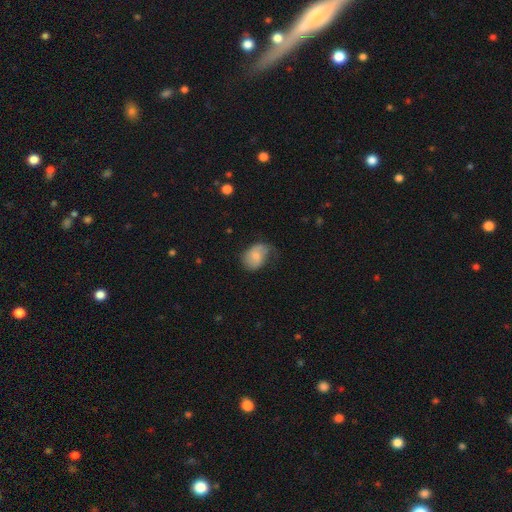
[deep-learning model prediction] Smooth or featured?
  - smooth: 61% *
  - featured or disk: 32%
  - star or artifact: 7%
How rounded?
  - in between: 70% *
  - round: 29%
  - cigar-shaped: 1%
Merging?
  - none: 42% *
  - minor disturbance: 38%
  - major disturbance: 18%
  - merger: 2%